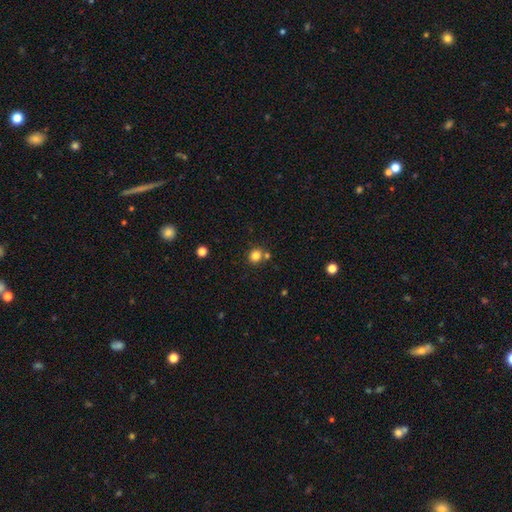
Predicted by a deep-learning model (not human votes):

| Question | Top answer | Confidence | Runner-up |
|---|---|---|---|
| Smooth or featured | smooth | 81% | star or artifact (13%) |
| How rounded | round | 88% | in between (11%) |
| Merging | none | 72% | merger (17%) |